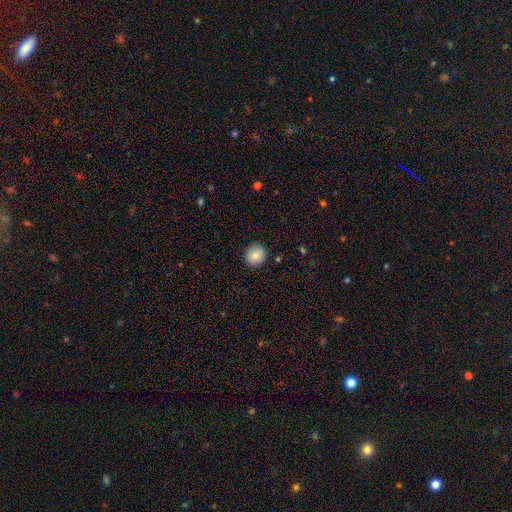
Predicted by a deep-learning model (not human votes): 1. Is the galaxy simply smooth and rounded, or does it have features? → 83% smooth, 9% featured or disk, 8% star or artifact.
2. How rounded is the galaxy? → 87% round, 12% in between, 1% cigar-shaped.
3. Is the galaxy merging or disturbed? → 89% none, 8% minor disturbance, 2% major disturbance, 1% merger.